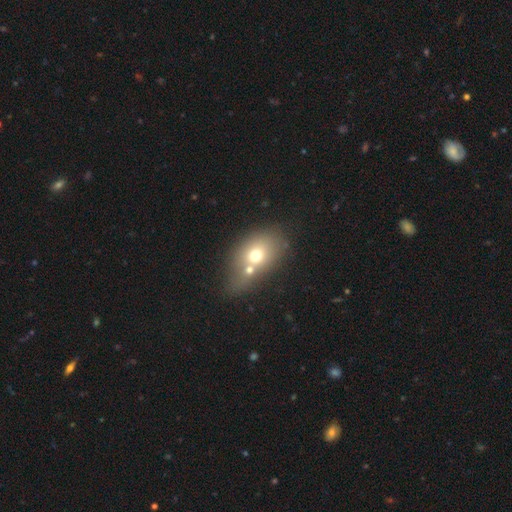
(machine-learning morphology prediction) Overall: smooth (64%; featured or disk 24%). How rounded: in between (74%). Merging: merger (46%; none 36%).